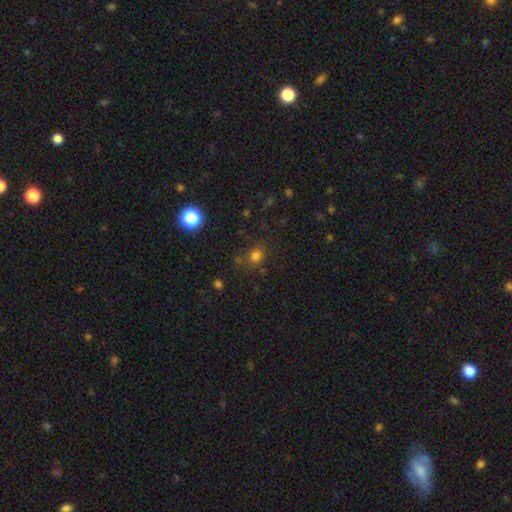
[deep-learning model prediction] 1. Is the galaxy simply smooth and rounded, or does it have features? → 75% smooth, 19% star or artifact, 6% featured or disk.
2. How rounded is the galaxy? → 70% round, 29% in between, 1% cigar-shaped.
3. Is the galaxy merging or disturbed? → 77% none, 13% minor disturbance, 5% merger, 5% major disturbance.